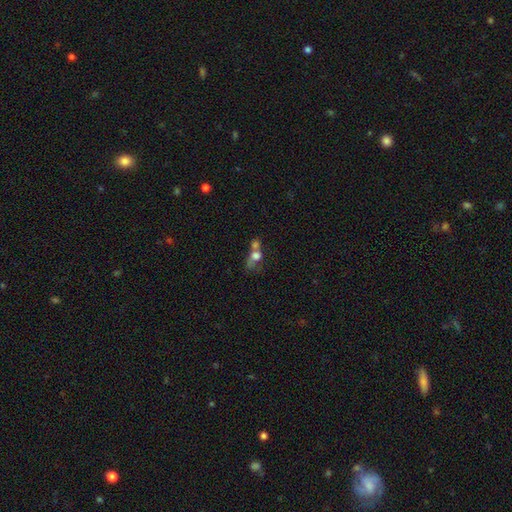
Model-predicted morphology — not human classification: Smooth or featured? Predicted: smooth (p=0.67). How rounded? Predicted: round (p=0.54). Merging? Predicted: merger (p=0.65).